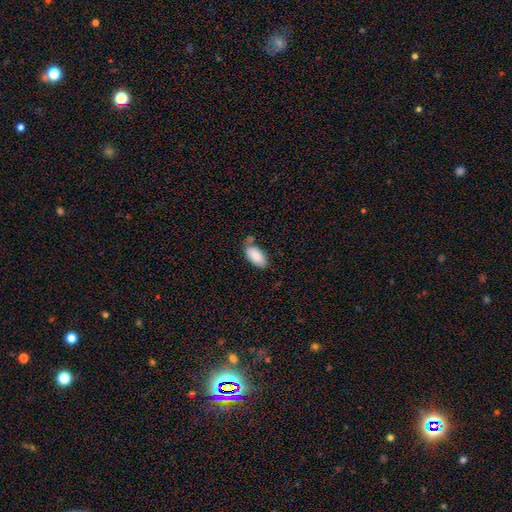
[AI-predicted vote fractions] smooth-or-featured: smooth: 86% | featured or disk: 8% | star or artifact: 6%
  how-rounded: in between: 94% | cigar-shaped: 4% | round: 2%
  merging: none: 62% | minor disturbance: 22% | merger: 10% | major disturbance: 5%